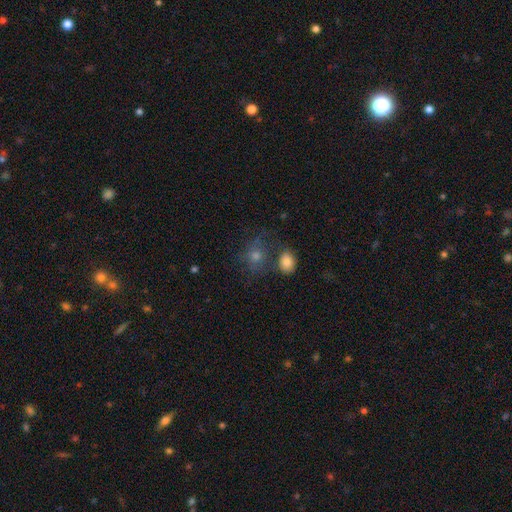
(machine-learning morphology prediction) Overall: smooth (61%). How rounded: round (67%; in between 32%). Merging: none (54%; merger 20%).